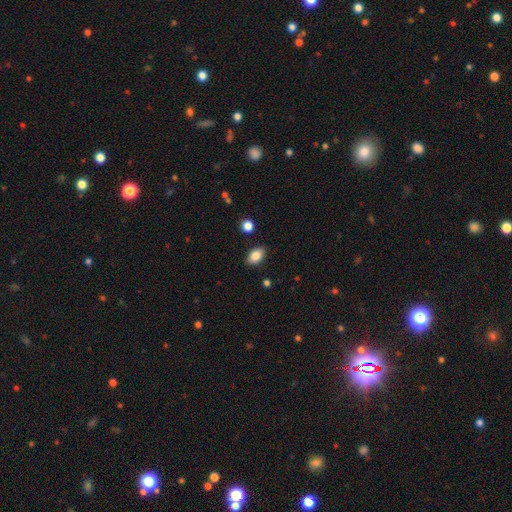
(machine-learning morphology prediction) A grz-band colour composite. It shows a smooth galaxy with no disk features (85%) that is in between round and cigar-shaped (89%). Merging: none (87%).